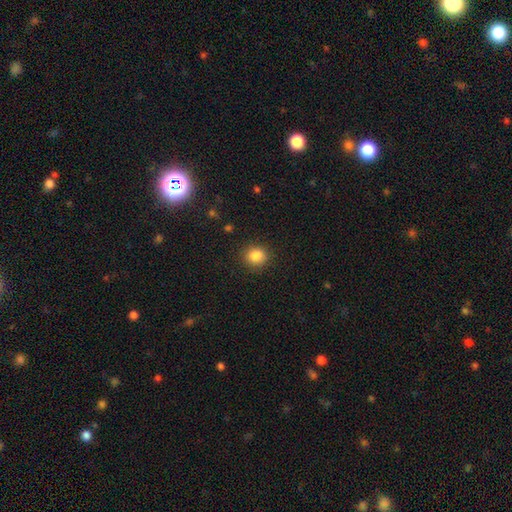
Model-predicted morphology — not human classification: A smooth galaxy with no disk features (85%) that is round (74%). Merging: none (85%).